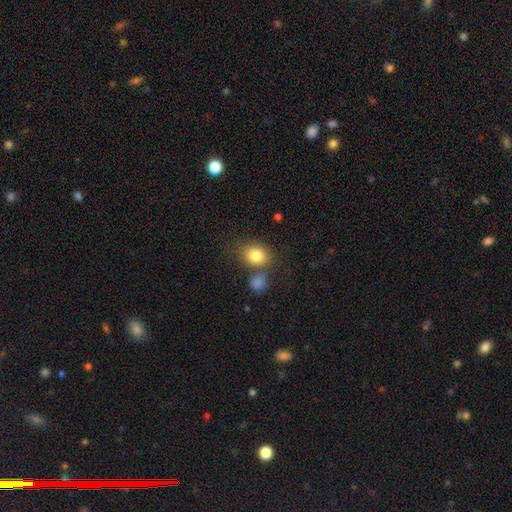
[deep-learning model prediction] A smooth galaxy with no disk features (81%) that is round (51%). Merging: none (63%).